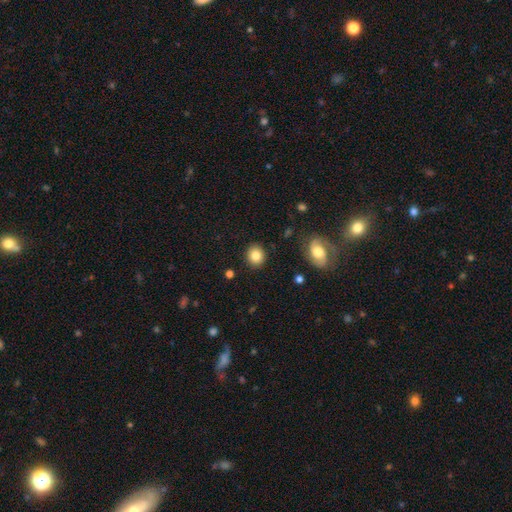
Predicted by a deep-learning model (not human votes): A smooth galaxy with no disk features (83%) that is round (75%).

Vote fractions:
- Smooth or featured? smooth: 83% / star or artifact: 9% / featured or disk: 8%
- How rounded? round: 75% / in between: 24% / cigar-shaped: 1%
- Merging? none: 89% / minor disturbance: 7% / major disturbance: 2% / merger: 2%